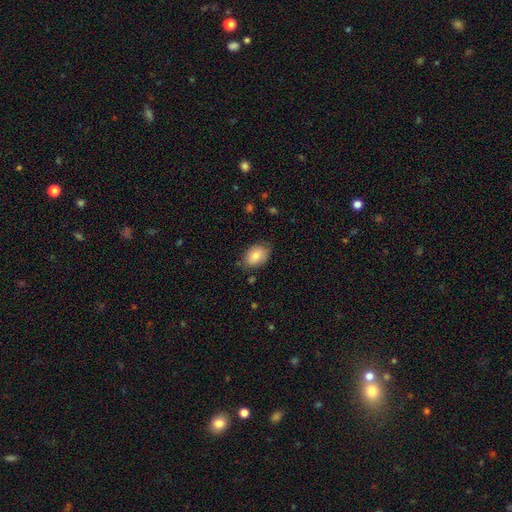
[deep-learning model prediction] Morphology: type=smooth (83%); roundness=in between (84%); merging=none (75%).